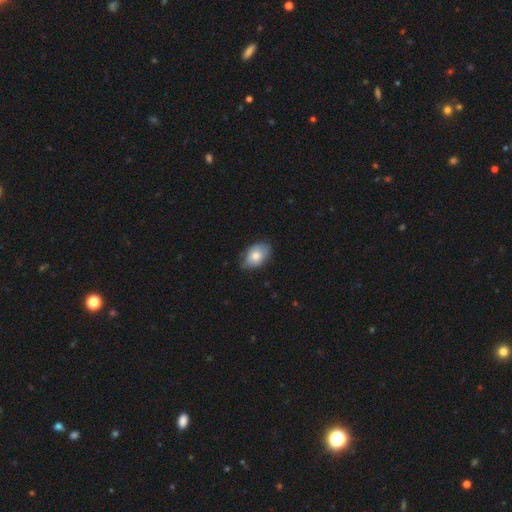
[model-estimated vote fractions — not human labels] Smooth or featured? smooth (77%)
How rounded? in between (90%)
Merging? none (71%)